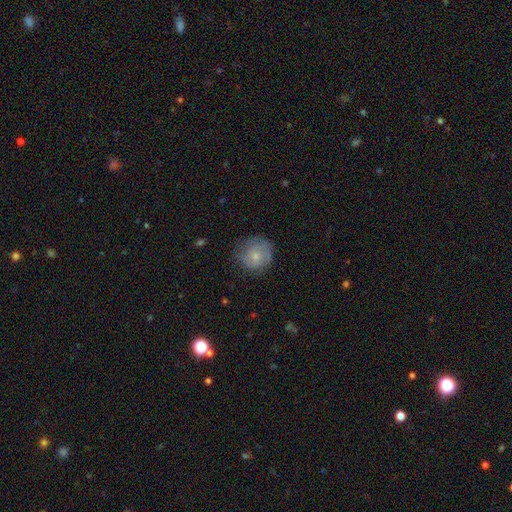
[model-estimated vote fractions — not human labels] This is likely a smooth galaxy (67%). How rounded: clearly round (89%). Merging: likely none (68%).